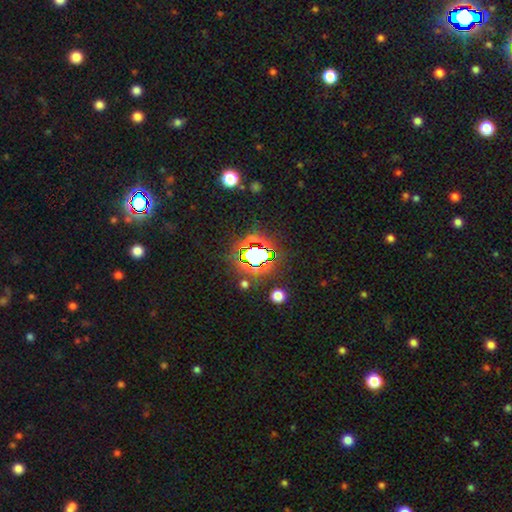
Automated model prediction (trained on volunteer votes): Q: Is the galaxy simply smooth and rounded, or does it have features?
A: star or artifact — 70%.